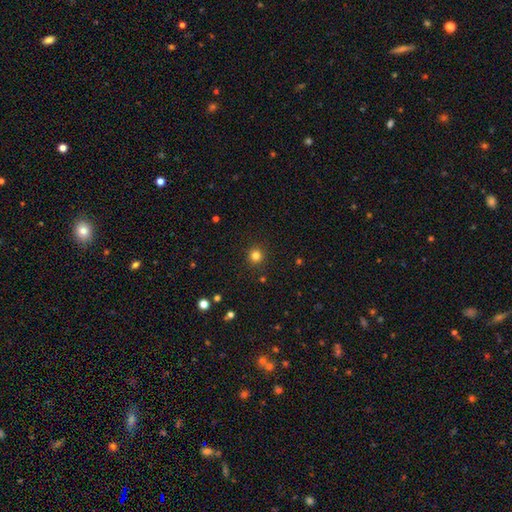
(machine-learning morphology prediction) Smooth or featured? Predicted: smooth (p=0.81). How rounded? Predicted: round (p=0.94). Merging? Predicted: none (p=0.91).